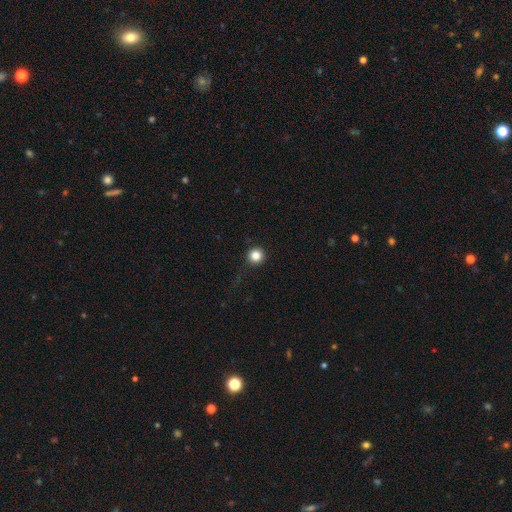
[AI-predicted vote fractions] Morphology: type=smooth (84%); roundness=round (96%); merging=none (90%).